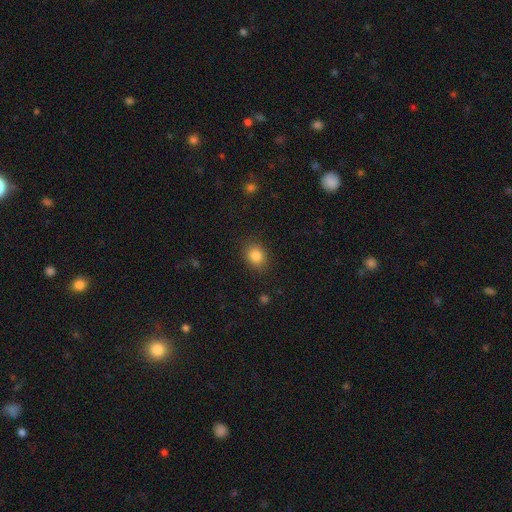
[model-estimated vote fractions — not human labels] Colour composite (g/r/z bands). It shows a smooth galaxy with no disk features (84%) that is round (51%). Merging: none (86%).